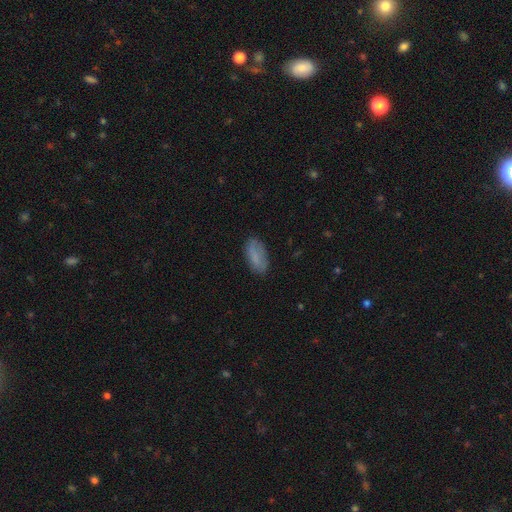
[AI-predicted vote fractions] Morphology: type=smooth (79%); roundness=in between (88%); merging=none (79%).